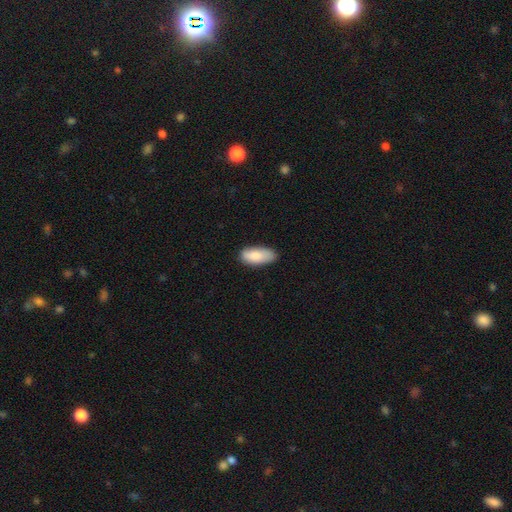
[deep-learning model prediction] This is clearly a smooth galaxy (85%). How rounded: clearly in between (89%). Merging: likely none (75%).